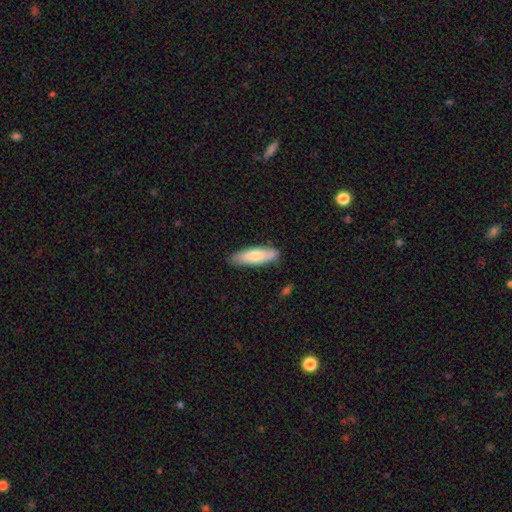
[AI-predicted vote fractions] smooth_or_featured: smooth (p=0.74) [alt: featured or disk p=0.20]
how_rounded: cigar-shaped (p=0.49) [tied with: in between p=0.49]
merging: none (p=0.83) [alt: minor disturbance p=0.14]